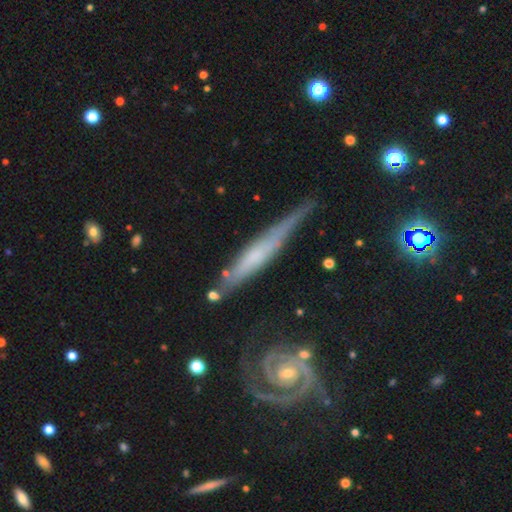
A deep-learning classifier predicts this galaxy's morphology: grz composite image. It shows a featured or disk galaxy (65%) viewed edge-on (76%). Merging: none (59%).